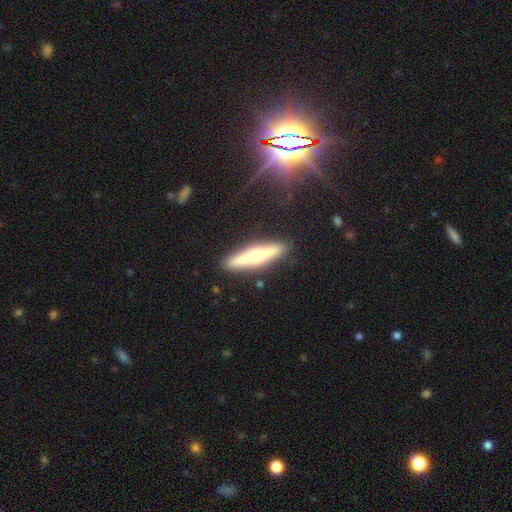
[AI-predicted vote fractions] A featured or disk galaxy (64%) viewed edge-on (95%) with a rounded central bulge (93%).

Vote fractions:
- Smooth or featured? featured or disk: 64% / smooth: 30% / star or artifact: 6%
- Edge-on disk? yes: 95% / no: 5%
- Edge-on bulge? rounded: 93% / boxy: 4% / none: 3%
- Merging? none: 88% / minor disturbance: 8% / major disturbance: 2% / merger: 2%